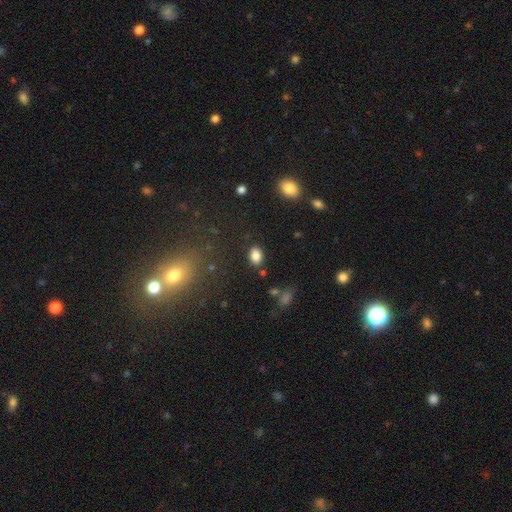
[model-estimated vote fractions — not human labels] A smooth galaxy with no disk features (82%) that is in between round and cigar-shaped (79%).

Vote fractions:
- Smooth or featured? smooth: 82% / star or artifact: 10% / featured or disk: 8%
- How rounded? in between: 79% / round: 20% / cigar-shaped: 1%
- Merging? none: 83% / minor disturbance: 11% / merger: 3% / major disturbance: 3%